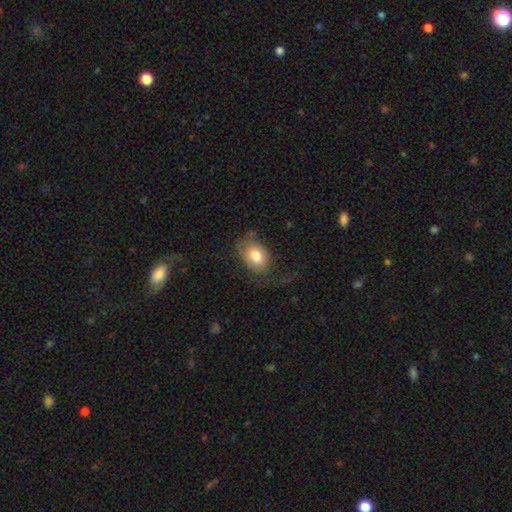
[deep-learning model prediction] Smooth or featured? smooth (73%)
How rounded? in between (81%)
Merging? none (45%)